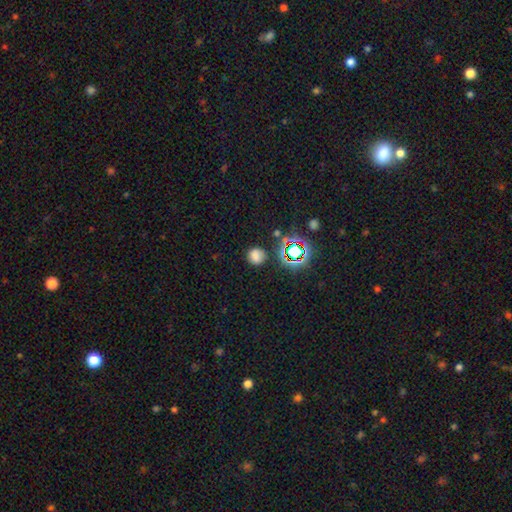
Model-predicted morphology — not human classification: smooth_or_featured: smooth (p=0.70) [alt: star or artifact p=0.22]
how_rounded: round (p=0.84) [alt: in between p=0.15]
merging: none (p=0.80) [alt: minor disturbance p=0.13]